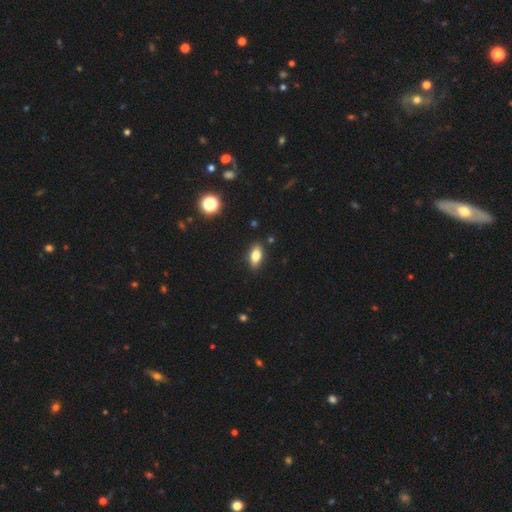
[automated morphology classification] Smooth or featured?
  - smooth: 77% *
  - featured or disk: 14%
  - star or artifact: 9%
How rounded?
  - in between: 85% *
  - cigar-shaped: 9%
  - round: 5%
Merging?
  - none: 87% *
  - minor disturbance: 9%
  - major disturbance: 2%
  - merger: 2%